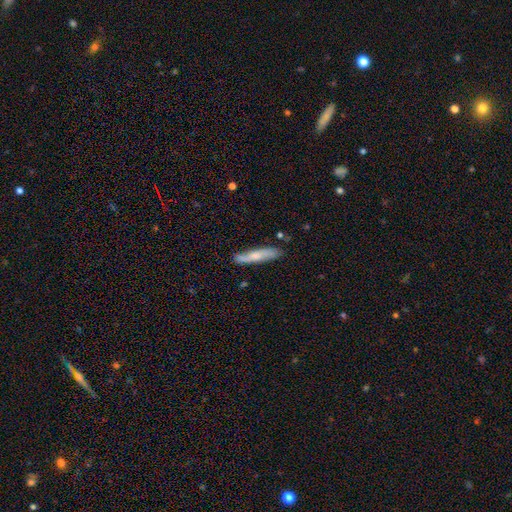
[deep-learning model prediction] Smooth or featured: smooth — 58% (featured or disk — 36%)
How rounded: cigar-shaped — 88% (in between — 10%)
Merging: none — 77% (minor disturbance — 17%)